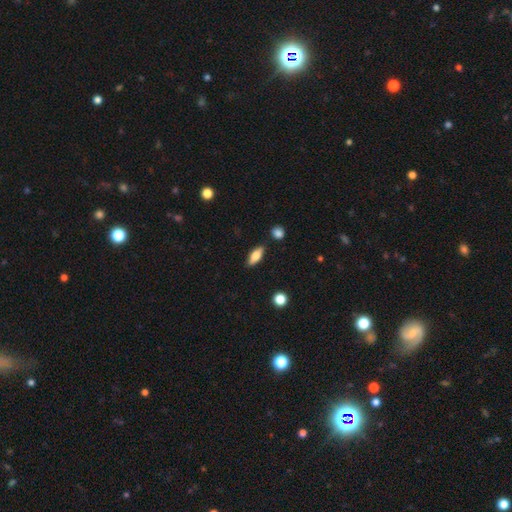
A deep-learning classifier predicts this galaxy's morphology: smooth 72%, featured or disk 21%, star or artifact 7%. Down the decision tree: how rounded — in between (73%); merging — none (84%).